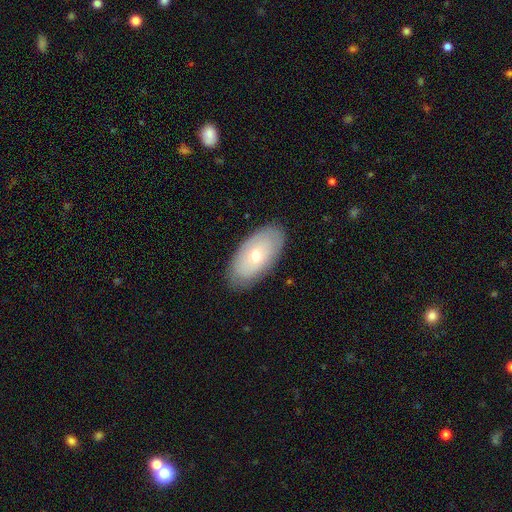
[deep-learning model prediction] Smooth or featured: smooth — 57% (featured or disk — 37%)
How rounded: in between — 93% (round — 4%)
Merging: none — 85% (minor disturbance — 12%)